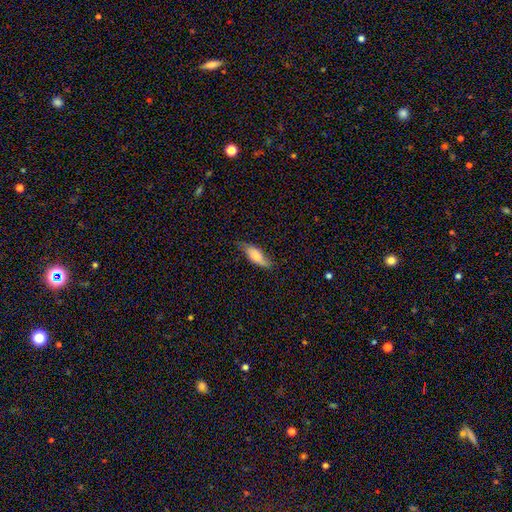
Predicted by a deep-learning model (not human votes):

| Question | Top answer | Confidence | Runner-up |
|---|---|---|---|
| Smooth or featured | smooth | 70% | featured or disk (24%) |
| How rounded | in between | 62% | cigar-shaped (36%) |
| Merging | none | 71% | minor disturbance (23%) |